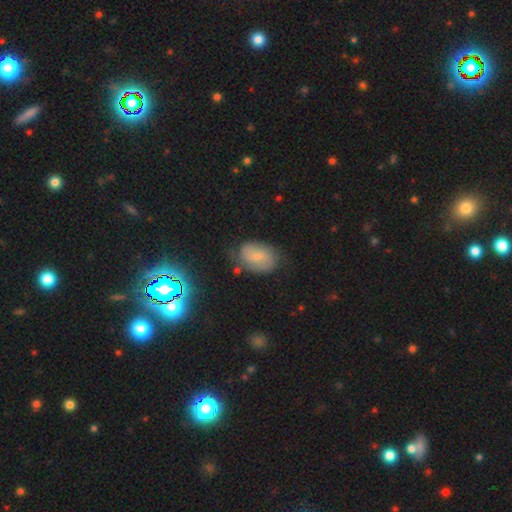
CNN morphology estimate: This appears to be a smooth galaxy with no disk features (44%). Merging: none (72%).